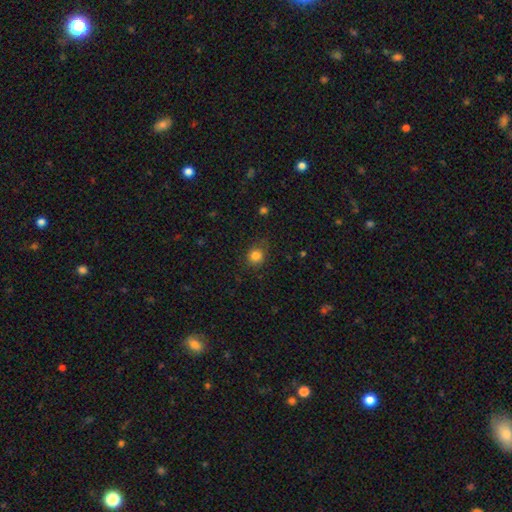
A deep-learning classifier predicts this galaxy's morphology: Smooth or featured?
  - smooth: 83% *
  - star or artifact: 12%
  - featured or disk: 5%
How rounded?
  - round: 82% *
  - in between: 17%
  - cigar-shaped: 1%
Merging?
  - none: 77% *
  - minor disturbance: 17%
  - major disturbance: 5%
  - merger: 1%